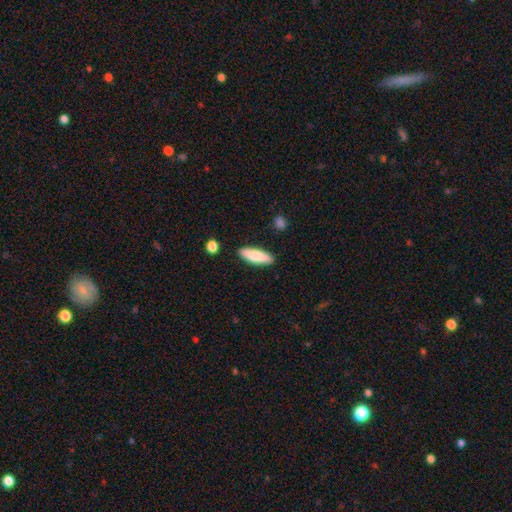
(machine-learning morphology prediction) A smooth galaxy with no disk features (81%) that is in between round and cigar-shaped (53%).

Vote fractions:
- Smooth or featured? smooth: 81% / featured or disk: 13% / star or artifact: 6%
- How rounded? in between: 53% / cigar-shaped: 45% / round: 2%
- Merging? none: 87% / minor disturbance: 9% / merger: 2% / major disturbance: 2%